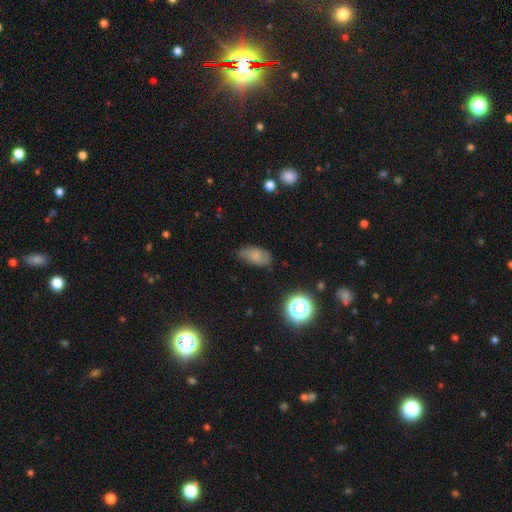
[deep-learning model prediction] smooth_or_featured: smooth (p=0.65) [alt: featured or disk p=0.24]
how_rounded: in between (p=0.90) [alt: round p=0.06]
merging: none (p=0.68) [alt: minor disturbance p=0.24]